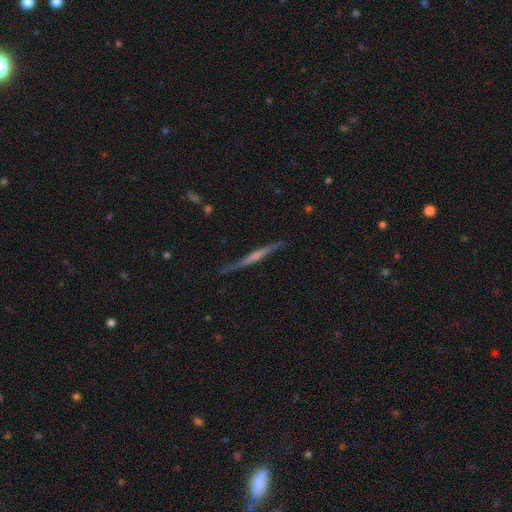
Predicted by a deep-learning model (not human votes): This appears to be a featured or disk galaxy (68%) viewed edge-on (95%) with no central bulge (53%). Merging: none (80%).